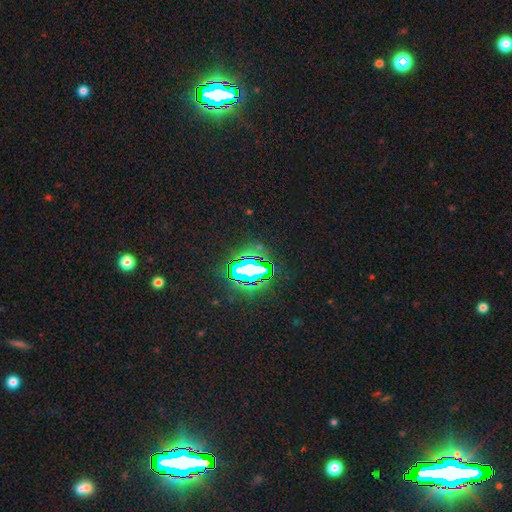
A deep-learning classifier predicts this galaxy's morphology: Overall: star or artifact (84%).